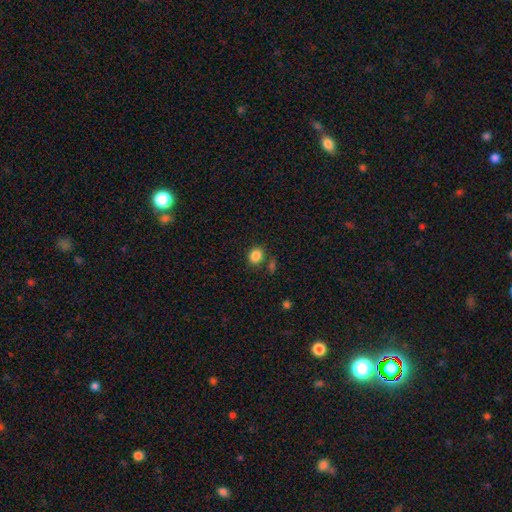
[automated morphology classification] A smooth galaxy with no disk features (85%) that is round (62%). Merging: none (76%).